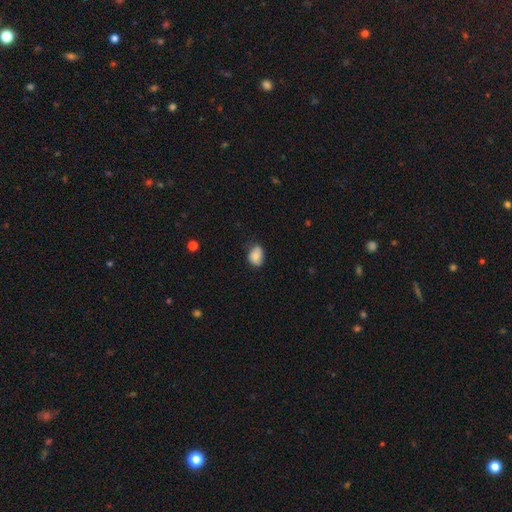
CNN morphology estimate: type=smooth (84%); roundness=in between (71%); merging=none (66%).